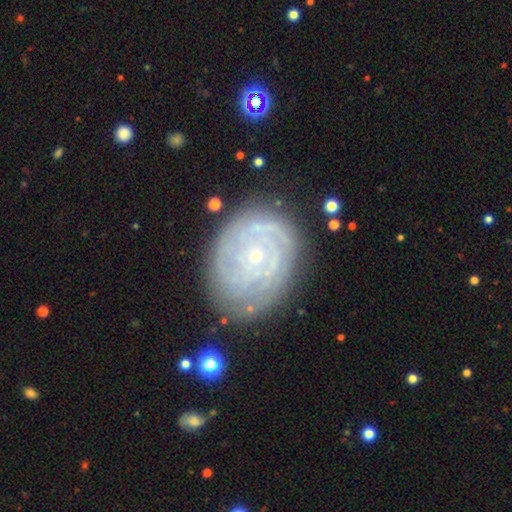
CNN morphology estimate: type=featured or disk (85%); edge-on=no (97%); bar=no (79%); spiral arms=yes (95%); winding=tight (83%); arm count=can't tell (30%); bulge=small (86%); merging=none (75%).